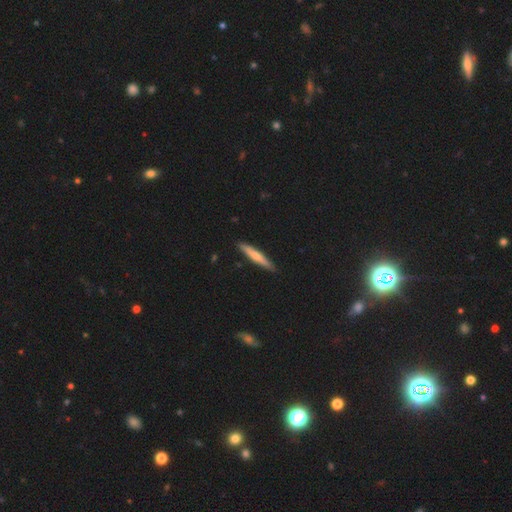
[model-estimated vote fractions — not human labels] smooth-or-featured: smooth: 57% | featured or disk: 38% | star or artifact: 5%
  how-rounded: cigar-shaped: 93% | in between: 6% | round: 1%
  merging: none: 90% | minor disturbance: 8% | major disturbance: 1% | merger: 1%